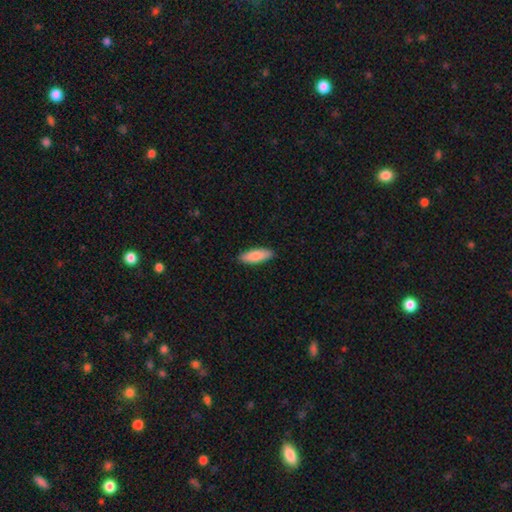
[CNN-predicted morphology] Smooth or featured? Predicted: smooth (p=0.83). How rounded? Predicted: in between (p=0.53). Merging? Predicted: none (p=0.90).